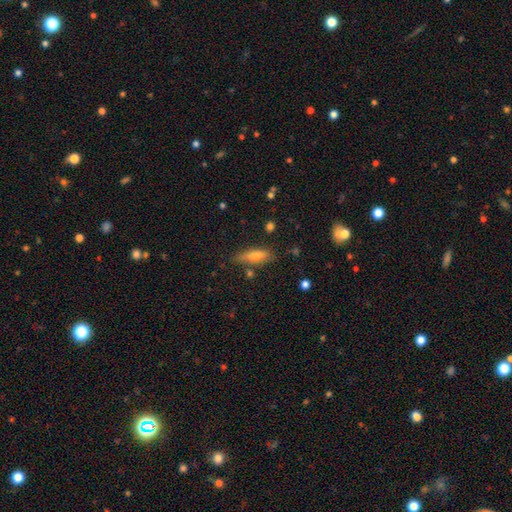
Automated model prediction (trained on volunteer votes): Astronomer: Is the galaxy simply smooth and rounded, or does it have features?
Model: smooth — 64%.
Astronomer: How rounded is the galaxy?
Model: cigar-shaped — 57% (runner-up: in between, 40%).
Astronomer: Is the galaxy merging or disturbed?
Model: none — 78%.